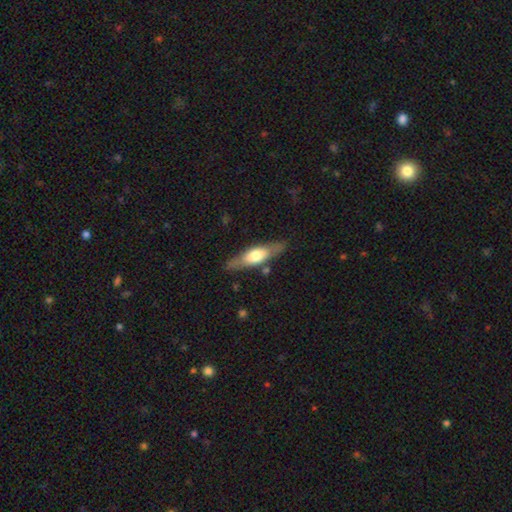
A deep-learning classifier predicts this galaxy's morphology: type=smooth (50%); merging=none (80%).